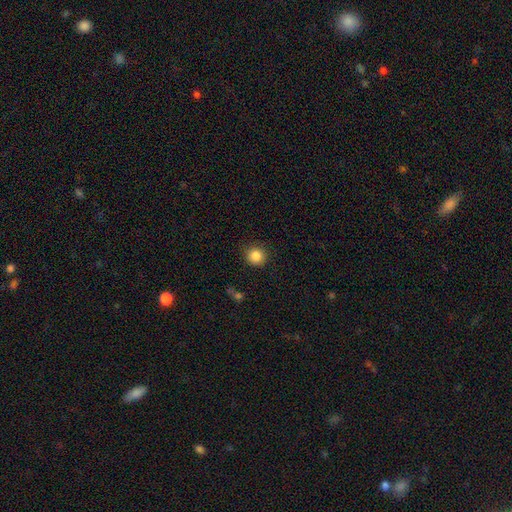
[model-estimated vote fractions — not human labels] This is clearly a smooth galaxy (85%). How rounded: clearly round (92%). Merging: clearly none (89%).